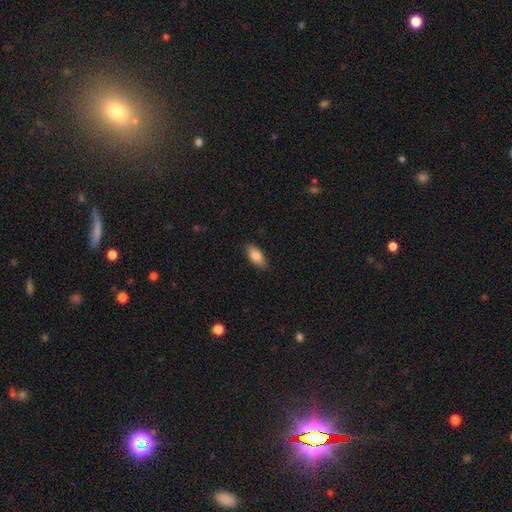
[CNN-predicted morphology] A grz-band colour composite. It shows a smooth galaxy with no disk features (84%) that is in between round and cigar-shaped (86%). Merging: none (85%).